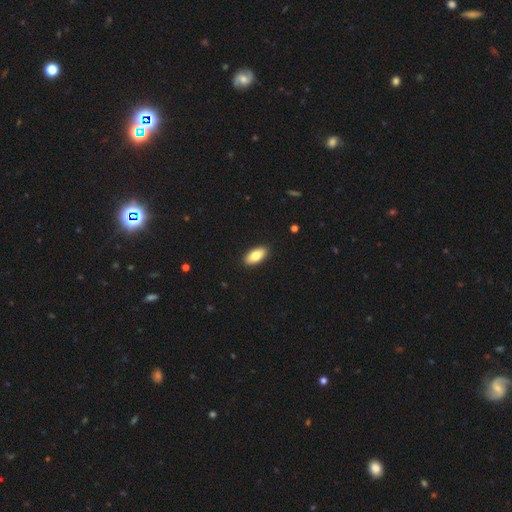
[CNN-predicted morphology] smooth-or-featured: smooth: 79% | featured or disk: 14% | star or artifact: 6%
  how-rounded: in between: 91% | cigar-shaped: 6% | round: 3%
  merging: none: 91% | minor disturbance: 7% | major disturbance: 2% | merger: 1%